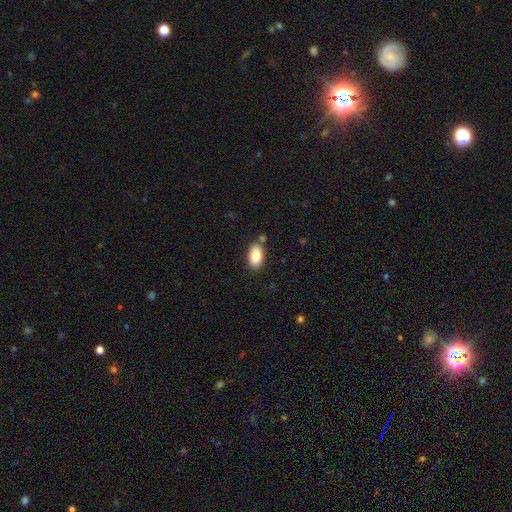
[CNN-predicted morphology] This appears to be a smooth galaxy with no disk features (87%) that is in between round and cigar-shaped (94%). Merging: none (79%).